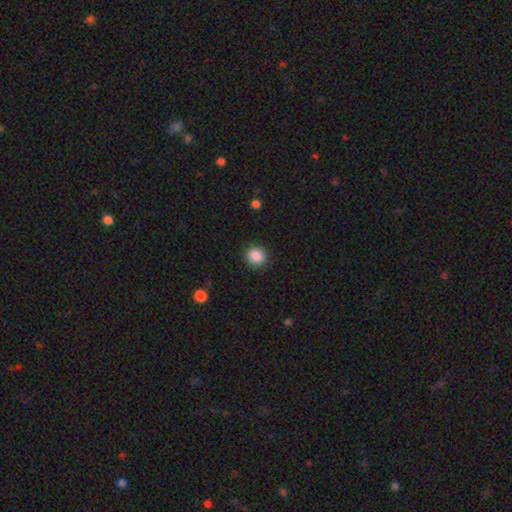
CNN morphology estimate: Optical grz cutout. It shows a smooth galaxy with no disk features (87%) that is round (89%). Merging: none (90%).